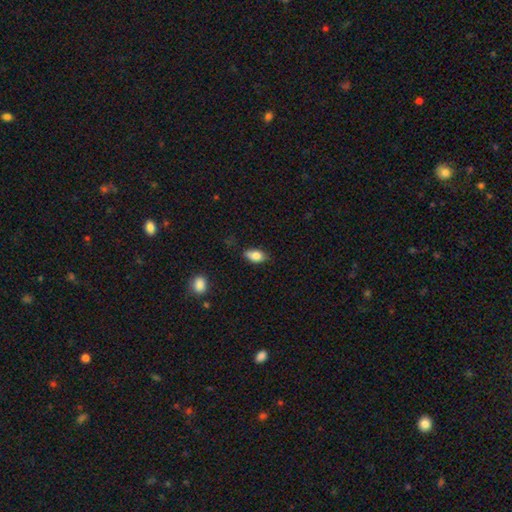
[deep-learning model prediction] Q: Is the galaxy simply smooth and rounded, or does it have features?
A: smooth — 82%.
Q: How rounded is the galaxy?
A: in between — 89%.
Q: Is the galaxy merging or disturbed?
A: none — 70%.